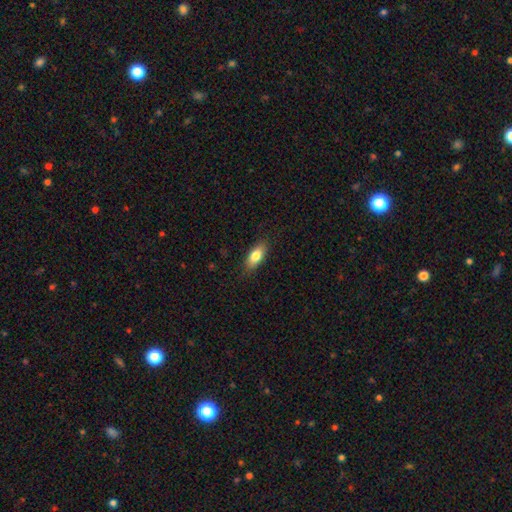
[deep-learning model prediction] The model was most divided on "smooth or featured": smooth: 79%, featured or disk: 14%, star or artifact: 7%. More confident: merging — none (85%); how rounded — in between (82%).